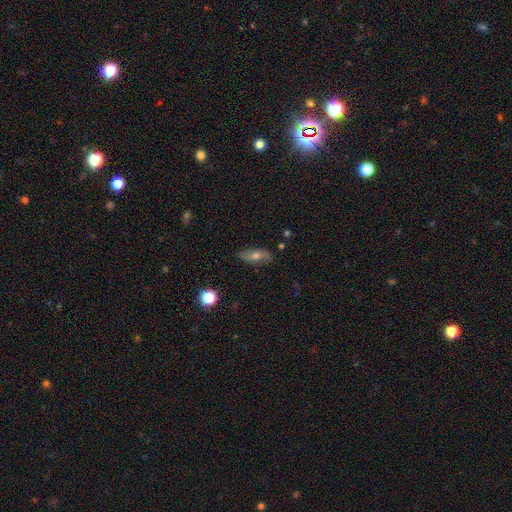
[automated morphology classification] smooth-or-featured: featured or disk: 48% | smooth: 42% | star or artifact: 10%
  merging: none: 82% | minor disturbance: 14% | major disturbance: 3% | merger: 1%